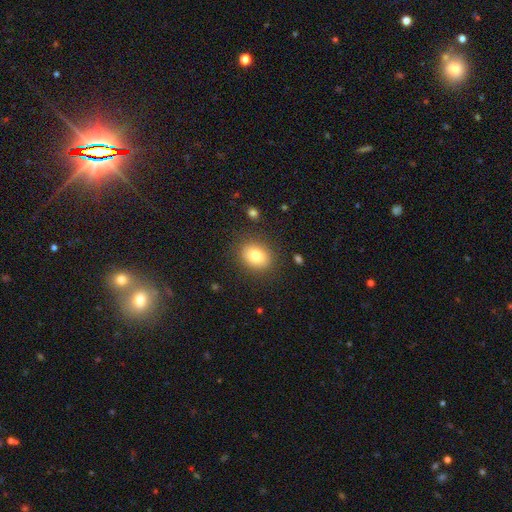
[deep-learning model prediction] smooth 82%, star or artifact 9%, featured or disk 9%. Down the decision tree: how rounded — in between (57%); merging — none (86%).